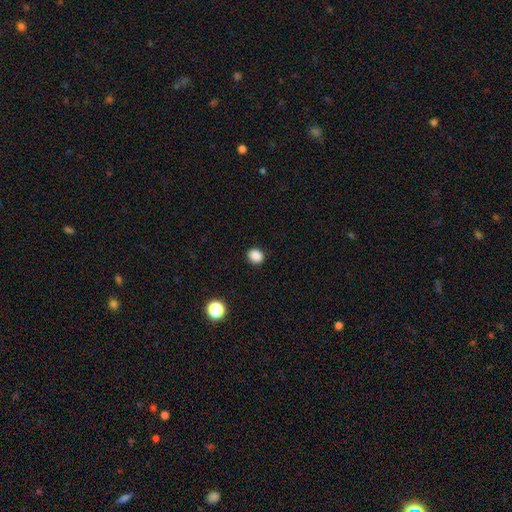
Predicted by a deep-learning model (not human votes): The model was most divided on "how rounded": round: 69%, in between: 30%, cigar-shaped: 1%. More confident: merging — none (91%); smooth or featured — smooth (87%).